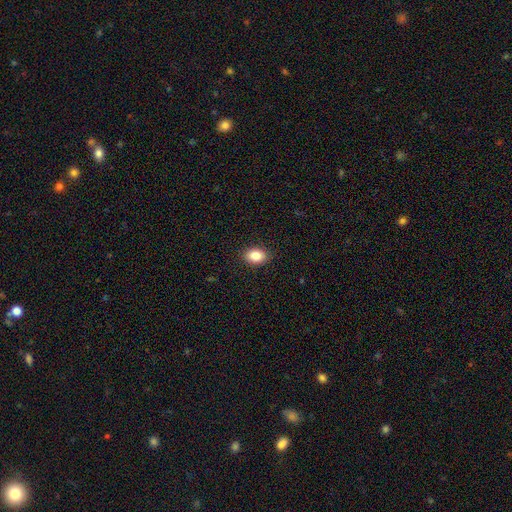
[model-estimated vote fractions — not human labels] Smooth or featured?
  - smooth: 86% *
  - star or artifact: 8%
  - featured or disk: 5%
How rounded?
  - in between: 80% *
  - round: 19%
  - cigar-shaped: 1%
Merging?
  - none: 90% *
  - minor disturbance: 8%
  - major disturbance: 2%
  - merger: 1%